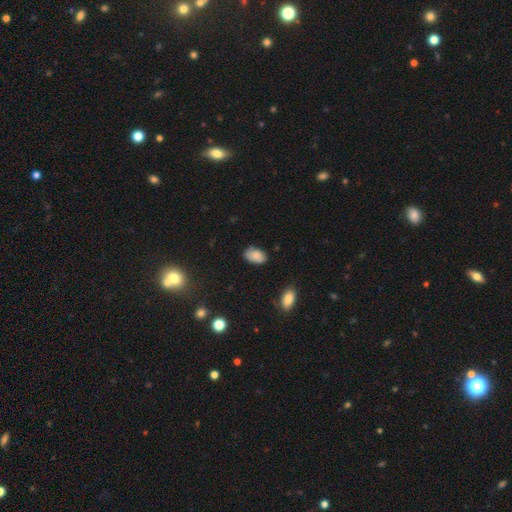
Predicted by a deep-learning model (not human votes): Overall: smooth (84%). How rounded: in between (94%). Merging: none (77%).